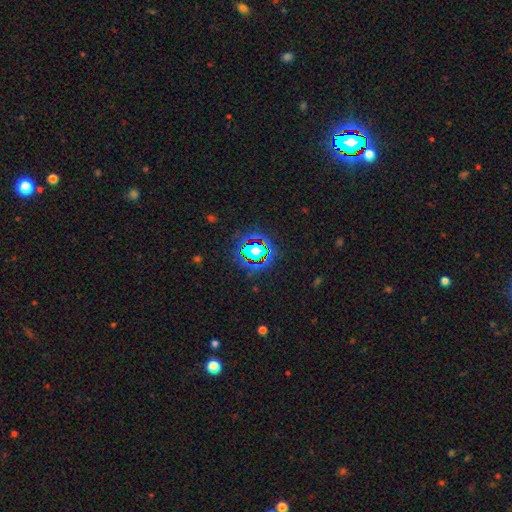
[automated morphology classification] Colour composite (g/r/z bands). It shows a star or artifact, not a galaxy (64%).